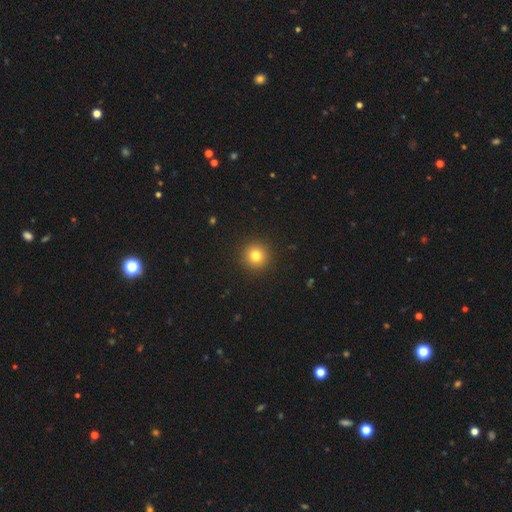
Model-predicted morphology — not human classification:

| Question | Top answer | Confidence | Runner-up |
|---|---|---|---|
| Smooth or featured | smooth | 80% | star or artifact (13%) |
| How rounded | round | 95% | in between (4%) |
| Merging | none | 93% | minor disturbance (5%) |